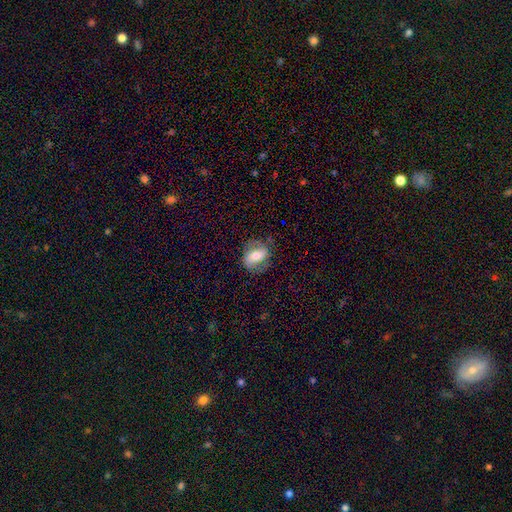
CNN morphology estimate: Smooth or featured? Predicted: featured or disk (p=0.50). Edge-on disk? Predicted: no (p=0.93). Merging? Predicted: none (p=0.75).